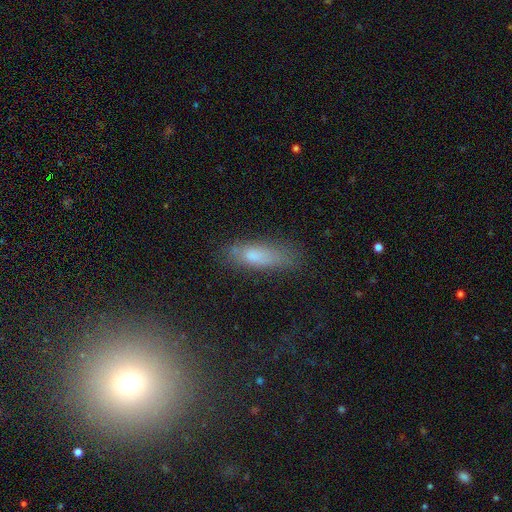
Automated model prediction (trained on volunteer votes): A smooth galaxy with no disk features (74%) that is cigar-shaped (49%). Merging: none (63%).